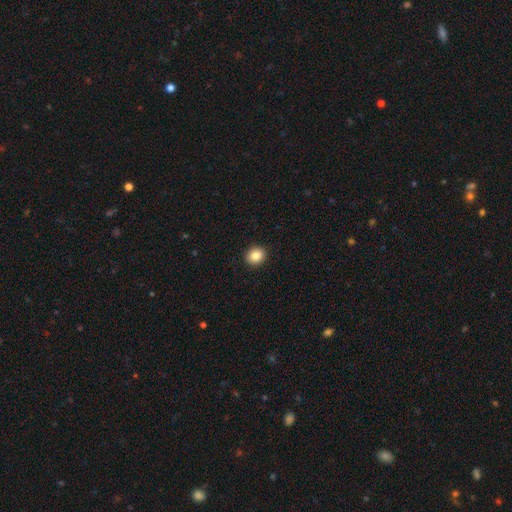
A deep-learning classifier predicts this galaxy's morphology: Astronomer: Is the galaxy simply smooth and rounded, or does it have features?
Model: smooth — 84%.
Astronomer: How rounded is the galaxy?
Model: round — 80%.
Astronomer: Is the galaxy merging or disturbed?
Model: none — 93%.